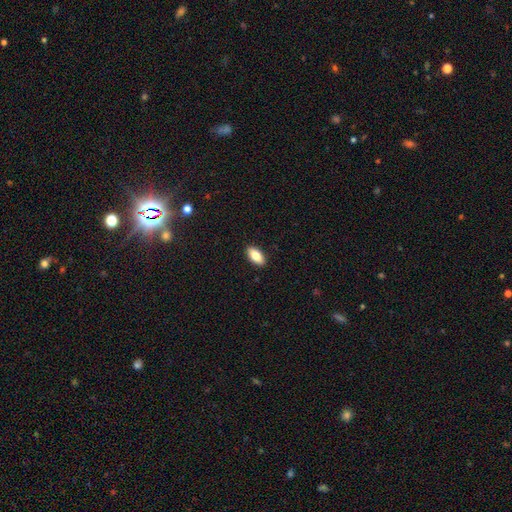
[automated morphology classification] type=smooth (82%); roundness=in between (91%); merging=none (91%).